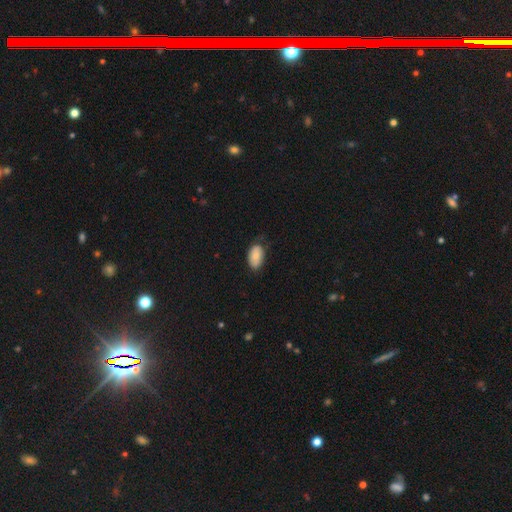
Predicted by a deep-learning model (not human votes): Overall: smooth (78%). How rounded: in between (93%). Merging: none (66%; minor disturbance 27%).